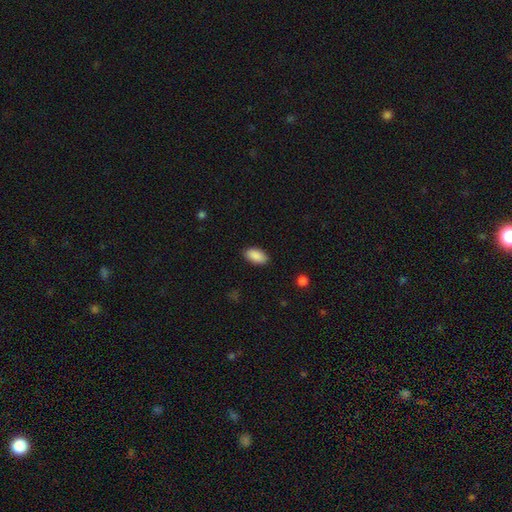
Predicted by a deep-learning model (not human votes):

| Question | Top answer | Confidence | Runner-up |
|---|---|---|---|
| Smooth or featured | smooth | 90% | star or artifact (6%) |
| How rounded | in between | 95% | round (3%) |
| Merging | none | 88% | minor disturbance (9%) |